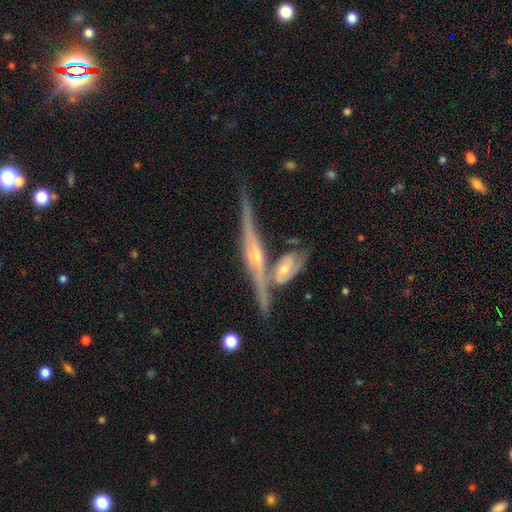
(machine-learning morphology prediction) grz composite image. It shows a featured or disk galaxy (86%) viewed edge-on (97%) with a rounded central bulge (85%). Merging: none (69%).